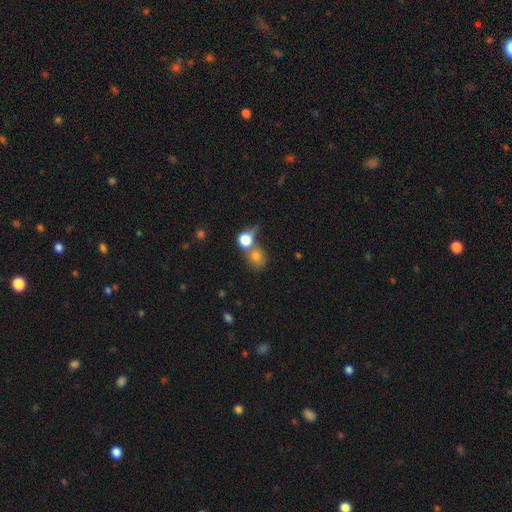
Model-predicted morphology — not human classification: Smooth or featured? Predicted: smooth (p=0.72). How rounded? Predicted: round (p=0.67). Merging? Predicted: merger (p=0.47).